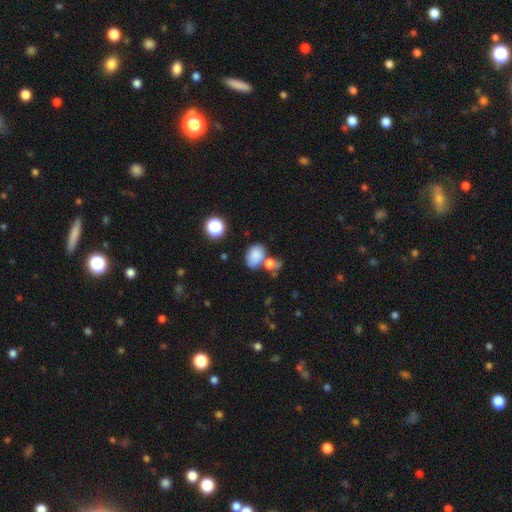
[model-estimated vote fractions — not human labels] Morphology: type=smooth (81%); roundness=in between (77%); merging=none (51%).